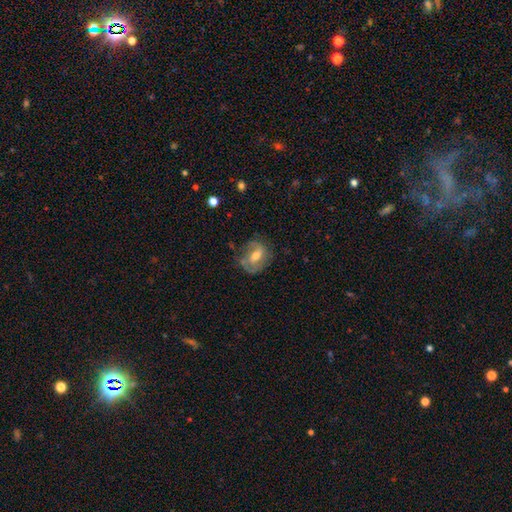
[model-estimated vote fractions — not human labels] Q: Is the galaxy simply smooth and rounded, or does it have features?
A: featured or disk — 58%.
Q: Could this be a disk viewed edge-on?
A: no — 95%.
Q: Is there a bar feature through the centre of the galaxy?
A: weak — 46%.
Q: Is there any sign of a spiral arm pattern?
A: yes — 71%.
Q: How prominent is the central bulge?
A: moderate — 66%.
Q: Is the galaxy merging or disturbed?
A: none — 59%.